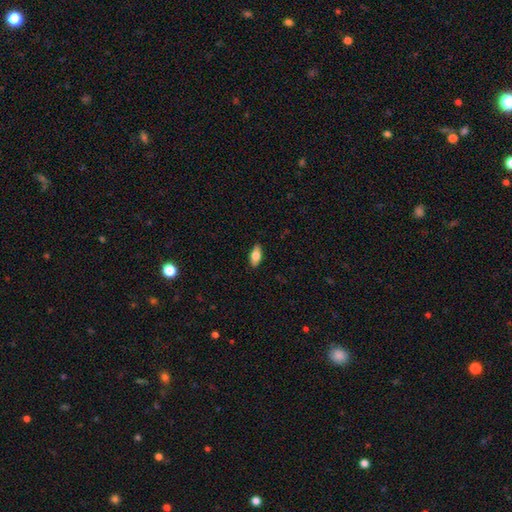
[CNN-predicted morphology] Smooth or featured: smooth — 75% (featured or disk — 18%)
How rounded: in between — 86% (cigar-shaped — 11%)
Merging: none — 88% (minor disturbance — 9%)